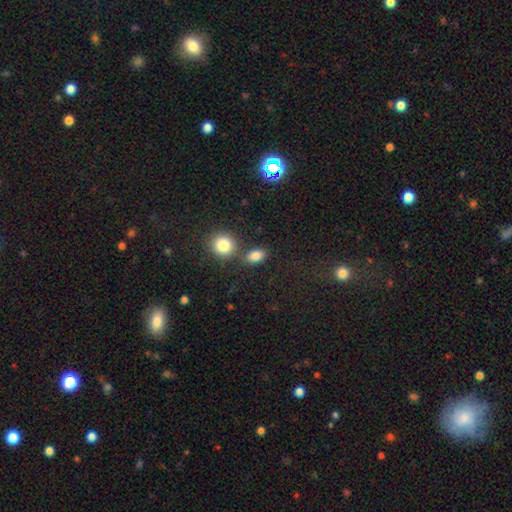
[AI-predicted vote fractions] smooth-or-featured: smooth: 84% | star or artifact: 10% | featured or disk: 6%
  how-rounded: in between: 74% | round: 24% | cigar-shaped: 2%
  merging: none: 66% | merger: 19% | minor disturbance: 11% | major disturbance: 4%